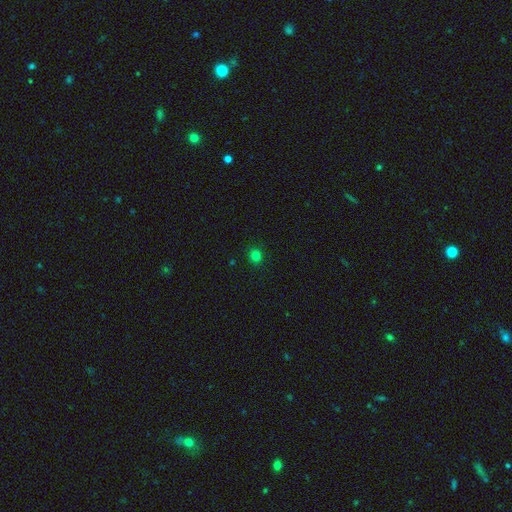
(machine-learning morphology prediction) smooth-or-featured: smooth: 79% | star or artifact: 16% | featured or disk: 4%
  how-rounded: round: 86% | in between: 13% | cigar-shaped: 1%
  merging: none: 91% | minor disturbance: 6% | major disturbance: 2% | merger: 1%